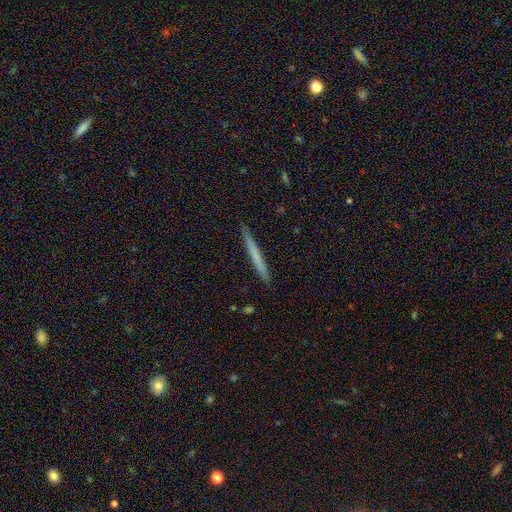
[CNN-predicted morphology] Smooth or featured? smooth (62%)
How rounded? cigar-shaped (97%)
Merging? none (91%)